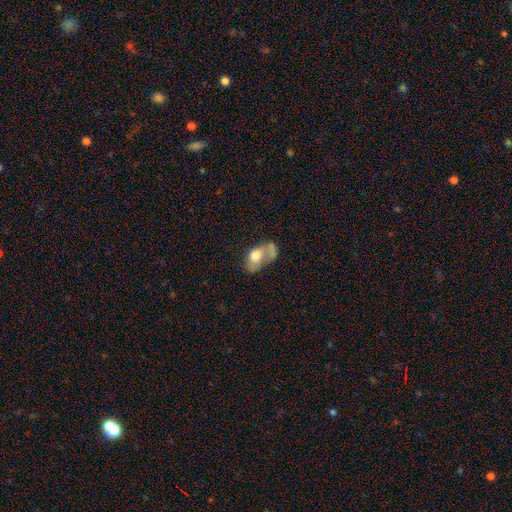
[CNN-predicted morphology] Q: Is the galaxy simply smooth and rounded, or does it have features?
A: smooth — 64%.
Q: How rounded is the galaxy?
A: in between — 87%.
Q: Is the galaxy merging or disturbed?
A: merger — 39%.